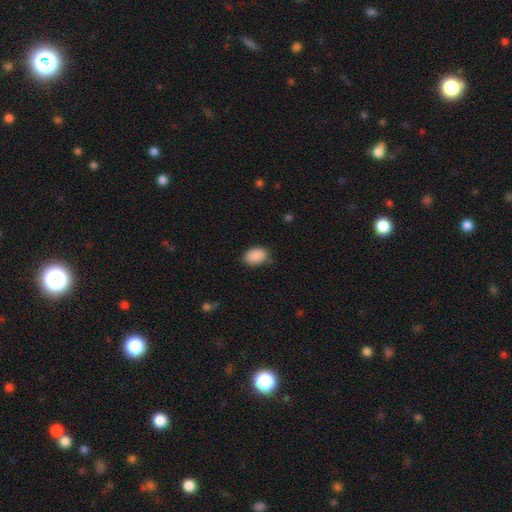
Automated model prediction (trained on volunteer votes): The model was most divided on "merging": none: 79%, minor disturbance: 17%, major disturbance: 3%, merger: 1%. More confident: smooth or featured — smooth (90%); how rounded — in between (86%).